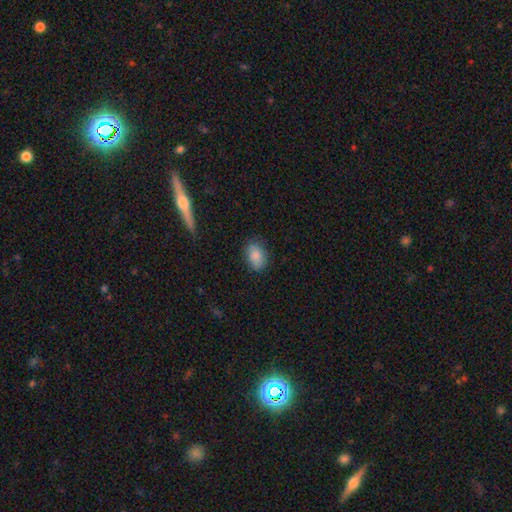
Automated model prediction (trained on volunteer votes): A smooth galaxy with no disk features (85%) that is in between round and cigar-shaped (86%).

Vote fractions:
- Smooth or featured? smooth: 85% / star or artifact: 8% / featured or disk: 7%
- How rounded? in between: 86% / round: 12% / cigar-shaped: 2%
- Merging? none: 81% / minor disturbance: 14% / major disturbance: 3% / merger: 1%